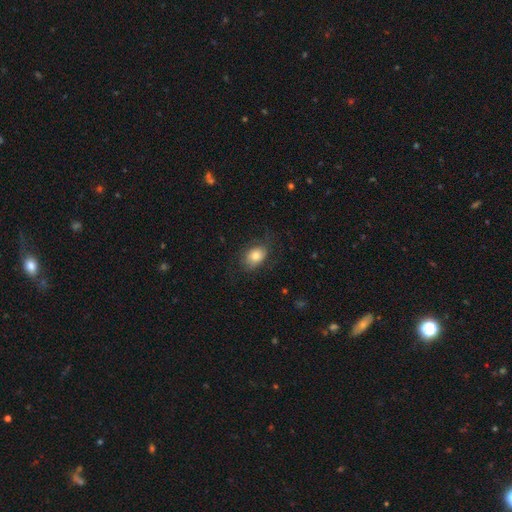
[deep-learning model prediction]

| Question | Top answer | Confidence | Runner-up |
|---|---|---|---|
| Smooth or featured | smooth | 77% | featured or disk (14%) |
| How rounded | in between | 74% | round (25%) |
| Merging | none | 68% | minor disturbance (20%) |